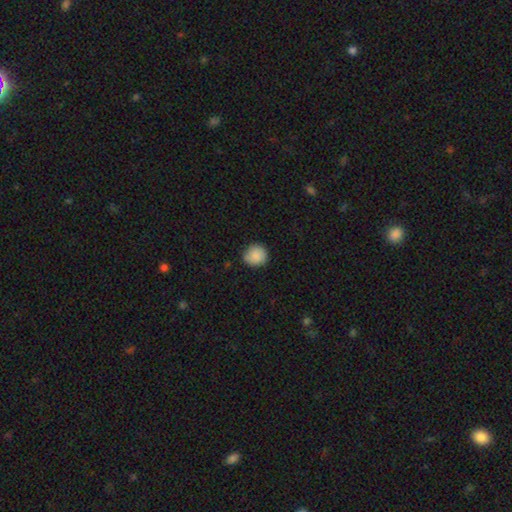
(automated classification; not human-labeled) Overall: smooth (88%). How rounded: round (88%). Merging: none (84%).